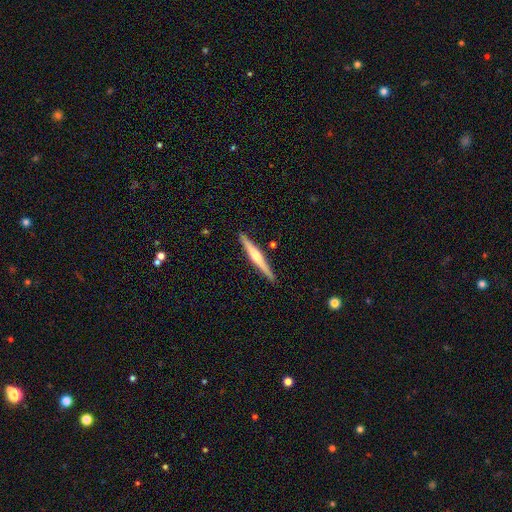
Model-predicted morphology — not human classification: The model was most divided on "smooth or featured": featured or disk: 60%, smooth: 35%, star or artifact: 5%. More confident: edge-on disk — yes (98%); merging — none (90%); edge-on bulge — rounded (68%).